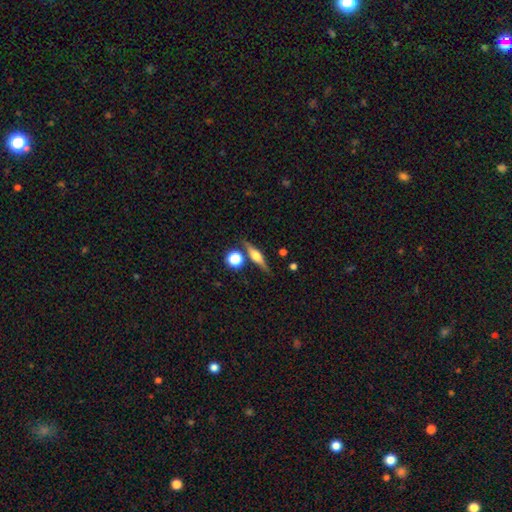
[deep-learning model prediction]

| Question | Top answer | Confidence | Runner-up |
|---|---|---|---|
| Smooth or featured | featured or disk | 63% | smooth (29%) |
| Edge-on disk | yes | 95% | no (5%) |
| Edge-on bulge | rounded | 88% | boxy (9%) |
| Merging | none | 80% | minor disturbance (10%) |